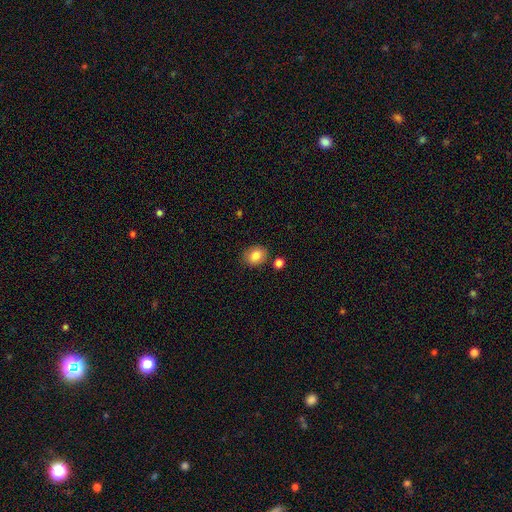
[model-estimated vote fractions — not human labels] This is clearly a smooth galaxy (83%). How rounded: possibly round (55%). Merging: clearly none (83%).